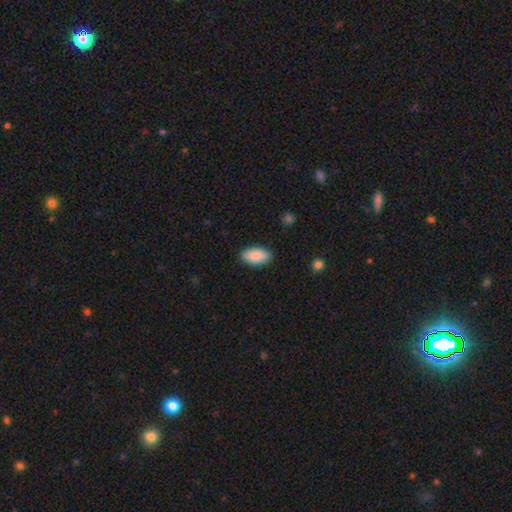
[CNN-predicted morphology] smooth 88%, star or artifact 6%, featured or disk 6%. Down the decision tree: how rounded — in between (94%); merging — none (87%).